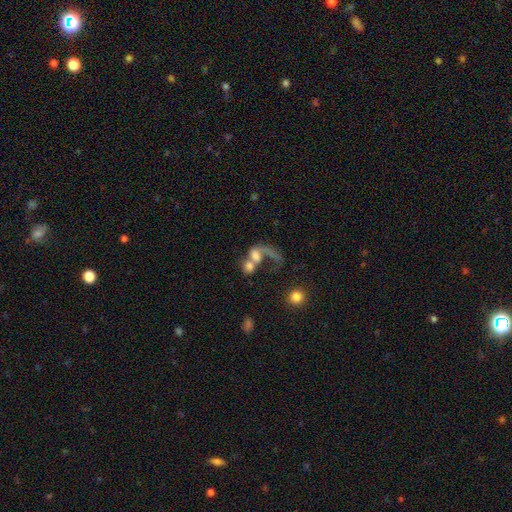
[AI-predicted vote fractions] Overall: smooth (48%; featured or disk 40%). Merging: merger (62%).